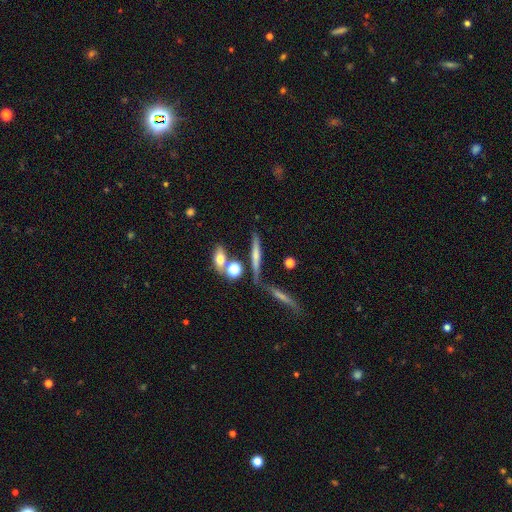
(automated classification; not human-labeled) Smooth or featured: smooth — 52% (featured or disk — 37%)
How rounded: cigar-shaped — 80% (in between — 13%)
Merging: none — 63% (merger — 16%)